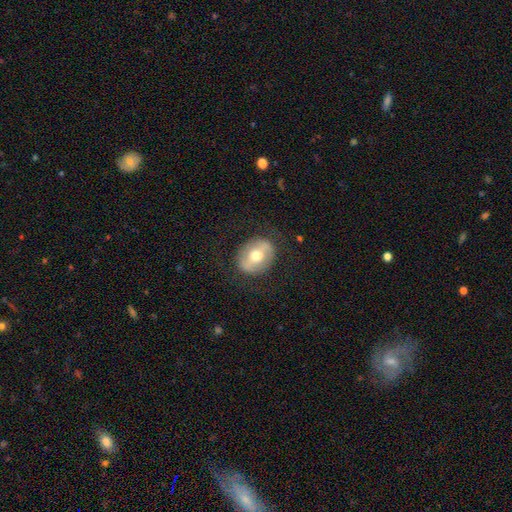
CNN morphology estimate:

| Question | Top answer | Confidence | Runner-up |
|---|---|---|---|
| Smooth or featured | featured or disk | 49% | smooth (44%) |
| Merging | none | 79% | minor disturbance (13%) |